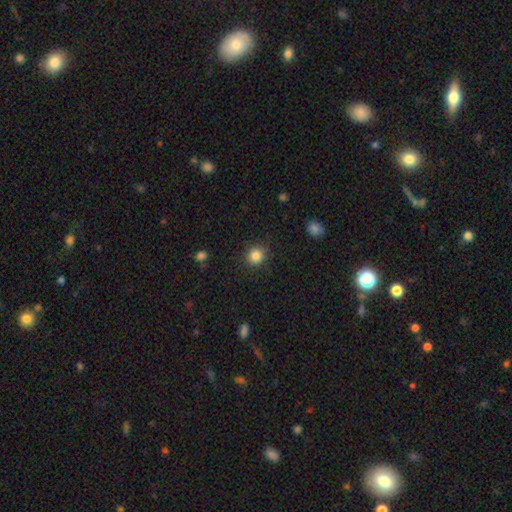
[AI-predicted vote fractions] A smooth galaxy with no disk features (85%) that is round (88%).

Vote fractions:
- Smooth or featured? smooth: 85% / star or artifact: 11% / featured or disk: 4%
- How rounded? round: 88% / in between: 11% / cigar-shaped: 1%
- Merging? none: 89% / minor disturbance: 7% / major disturbance: 3% / merger: 1%